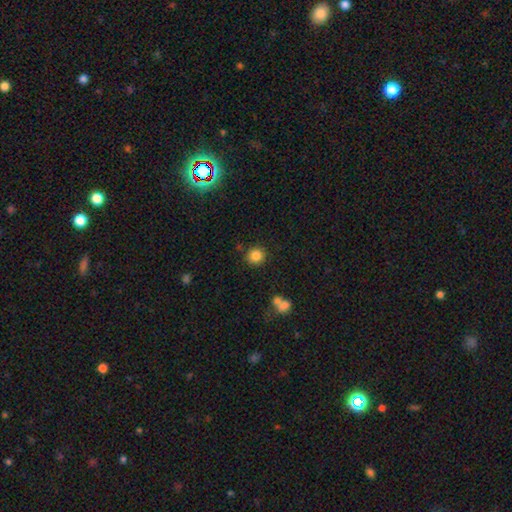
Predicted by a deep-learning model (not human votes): Smooth or featured: smooth — 84% (star or artifact — 11%)
How rounded: round — 92% (in between — 7%)
Merging: none — 85% (minor disturbance — 8%)